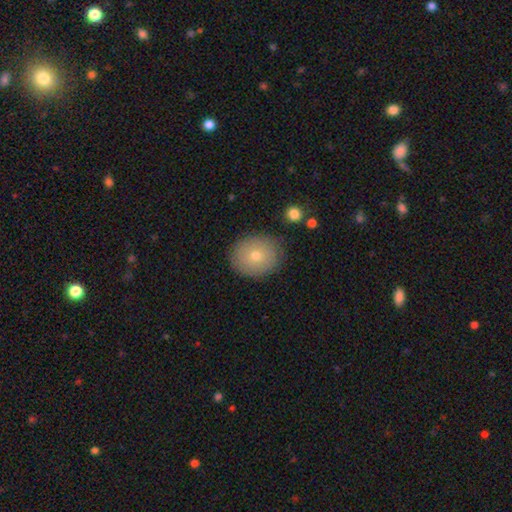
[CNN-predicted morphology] smooth 73%, featured or disk 17%, star or artifact 10%. Down the decision tree: how rounded — round (69%); merging — none (86%).